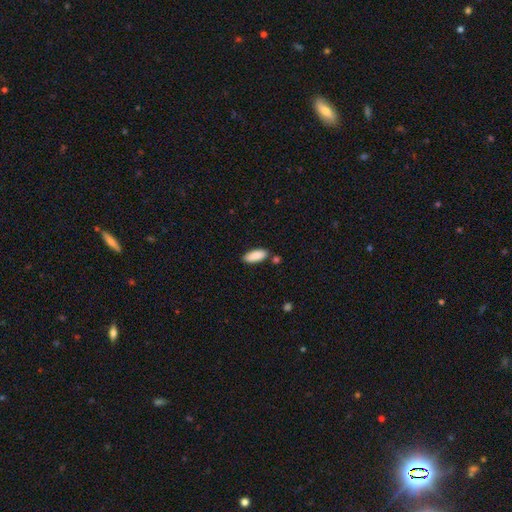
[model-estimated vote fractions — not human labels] This appears to be a smooth galaxy with no disk features (89%) that is in between round and cigar-shaped (78%). Merging: none (81%).